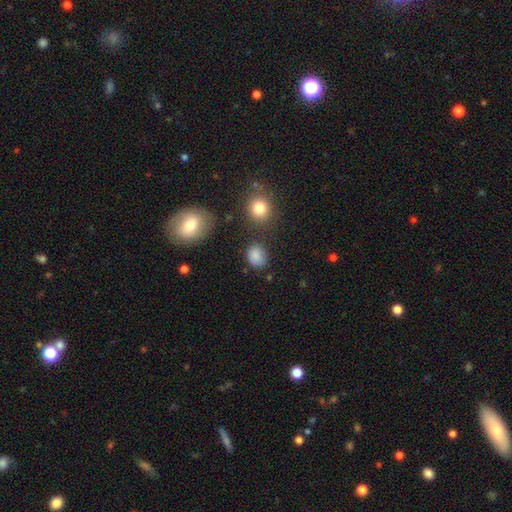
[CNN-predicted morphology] type=smooth (84%); roundness=round (56%); merging=none (76%).